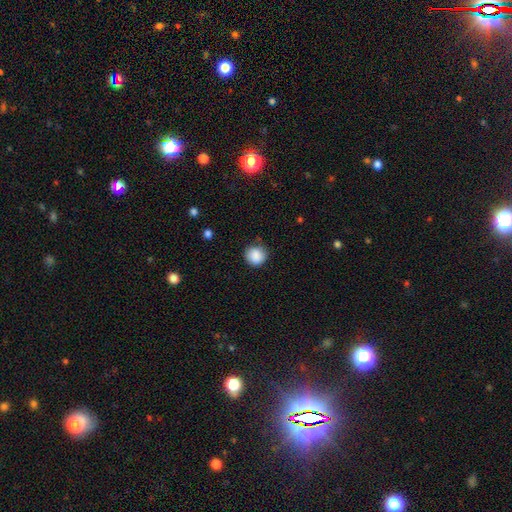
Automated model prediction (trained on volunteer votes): smooth 88%, star or artifact 8%, featured or disk 3%. Down the decision tree: how rounded — round (91%); merging — none (82%).